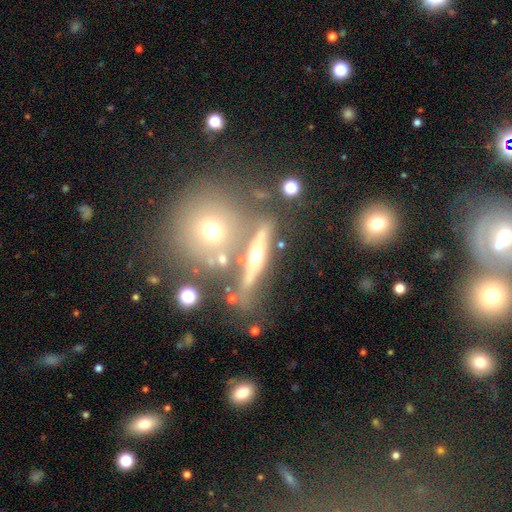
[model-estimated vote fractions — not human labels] Smooth or featured? Predicted: featured or disk (p=0.58). Edge-on disk? Predicted: yes (p=0.85). Merging? Predicted: none (p=0.64).